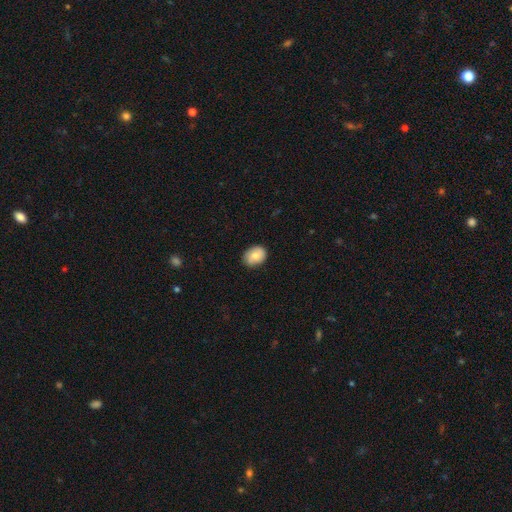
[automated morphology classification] This appears to be a smooth galaxy with no disk features (77%) that is in between round and cigar-shaped (58%). Merging: none (83%).